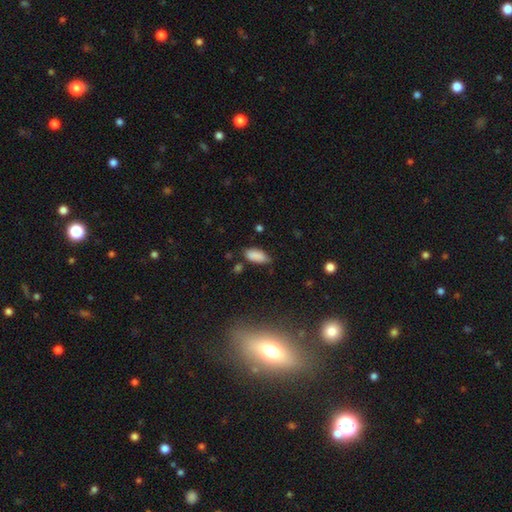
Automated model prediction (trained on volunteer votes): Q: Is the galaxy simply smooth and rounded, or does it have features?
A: smooth — 87%.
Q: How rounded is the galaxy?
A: in between — 86%.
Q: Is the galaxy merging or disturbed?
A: none — 67%.